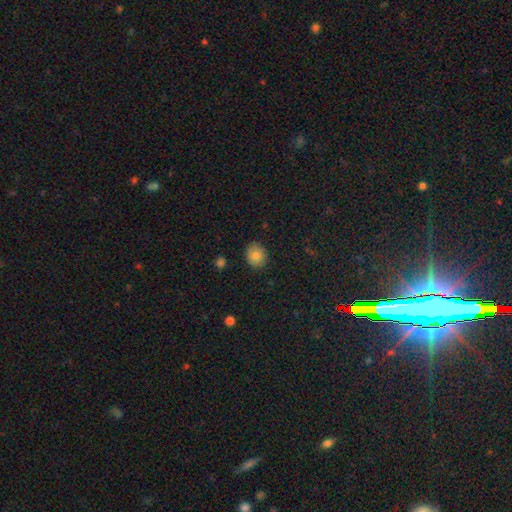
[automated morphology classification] smooth_or_featured: smooth (p=0.83) [alt: star or artifact p=0.10]
how_rounded: round (p=0.69) [alt: in between p=0.30]
merging: none (p=0.87) [alt: minor disturbance p=0.09]